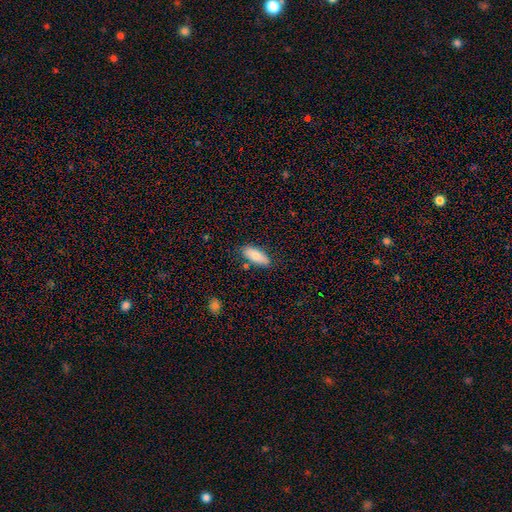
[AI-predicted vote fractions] smooth_or_featured: smooth (p=0.81) [alt: featured or disk p=0.13]
how_rounded: in between (p=0.81) [alt: cigar-shaped p=0.16]
merging: none (p=0.81) [alt: minor disturbance p=0.13]